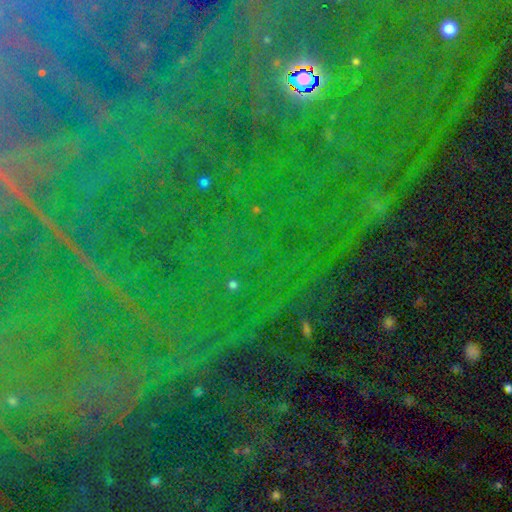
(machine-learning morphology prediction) smooth-or-featured: star or artifact: 85% | featured or disk: 8% | smooth: 6%